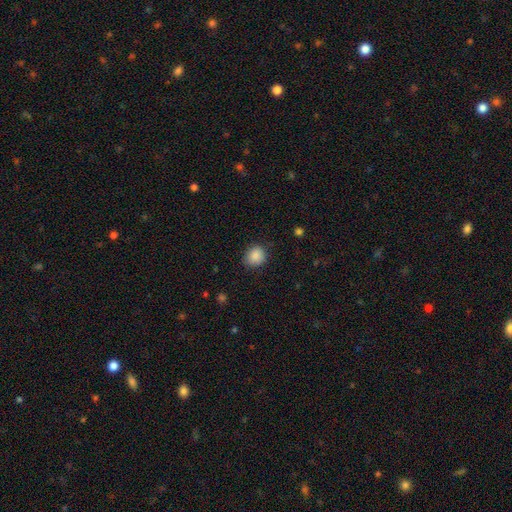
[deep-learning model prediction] Q: Smooth or featured?
A: smooth (88%); runner-up: star or artifact (9%)
Q: How rounded?
A: round (74%); runner-up: in between (25%)
Q: Merging?
A: none (79%); runner-up: minor disturbance (17%)